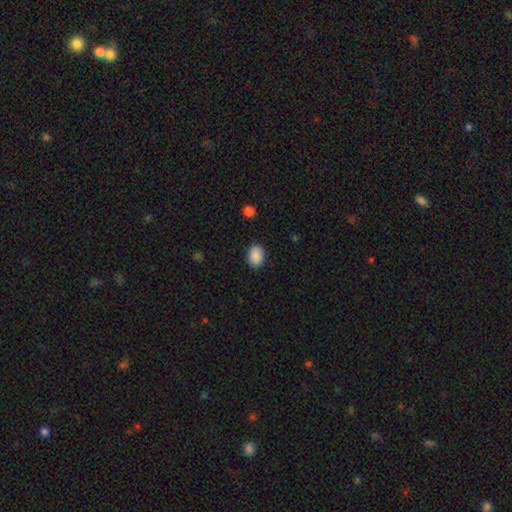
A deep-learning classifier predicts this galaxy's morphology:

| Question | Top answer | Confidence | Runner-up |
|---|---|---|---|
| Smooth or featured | smooth | 90% | star or artifact (8%) |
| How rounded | in between | 68% | round (31%) |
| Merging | none | 88% | minor disturbance (9%) |